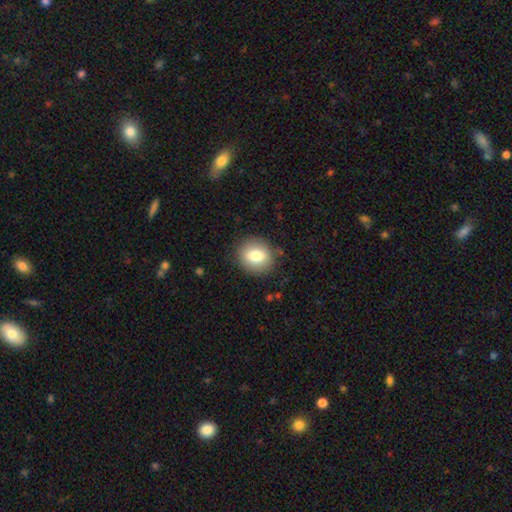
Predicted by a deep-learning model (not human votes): smooth-or-featured: smooth: 78% | featured or disk: 14% | star or artifact: 9%
  how-rounded: round: 72% | in between: 27% | cigar-shaped: 1%
  merging: none: 86% | minor disturbance: 9% | major disturbance: 3% | merger: 1%